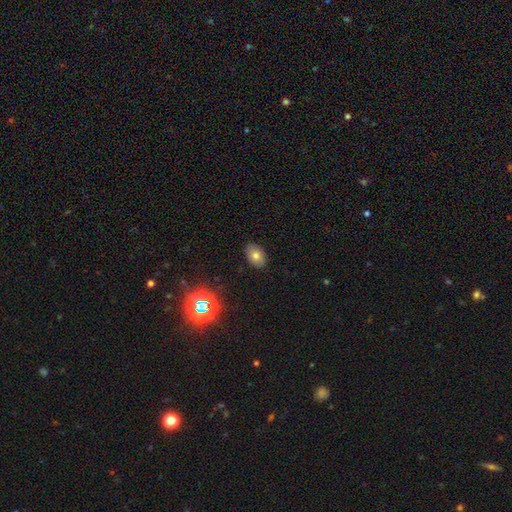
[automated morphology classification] Smooth or featured?
  - smooth: 72% *
  - star or artifact: 14%
  - featured or disk: 14%
How rounded?
  - in between: 86% *
  - round: 13%
  - cigar-shaped: 1%
Merging?
  - none: 87% *
  - minor disturbance: 10%
  - major disturbance: 2%
  - merger: 1%